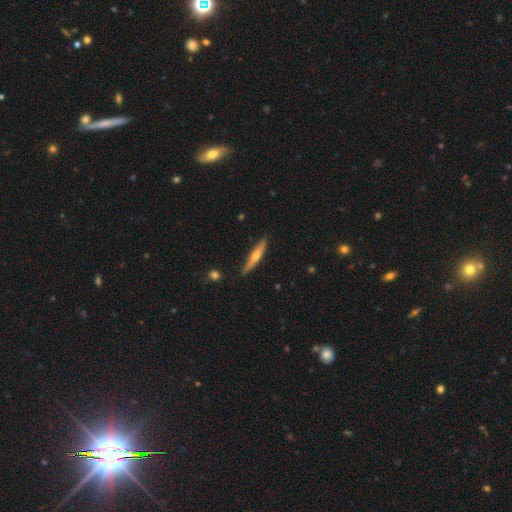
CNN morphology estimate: A featured or disk galaxy (60%) viewed edge-on (96%) with a rounded central bulge (91%).

Vote fractions:
- Smooth or featured? featured or disk: 60% / smooth: 34% / star or artifact: 6%
- Edge-on disk? yes: 96% / no: 4%
- Edge-on bulge? rounded: 91% / none: 6% / boxy: 3%
- Merging? none: 89% / minor disturbance: 9% / major disturbance: 2% / merger: 1%